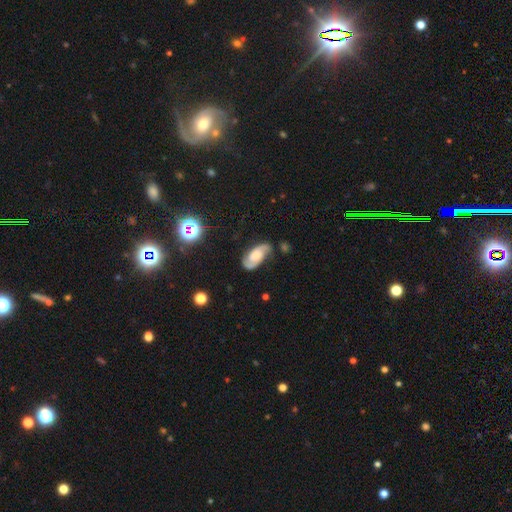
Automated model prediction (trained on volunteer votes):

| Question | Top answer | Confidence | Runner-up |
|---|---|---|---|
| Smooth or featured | featured or disk | 80% | smooth (13%) |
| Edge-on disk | no | 96% | yes (4%) |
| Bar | no | 58% | weak (33%) |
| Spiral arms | yes | 96% | no (4%) |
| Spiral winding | medium | 48% | tight (32%) |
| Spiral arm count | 2 | 90% | can't tell (5%) |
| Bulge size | moderate | 37% | small (26%) |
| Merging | none | 72% | minor disturbance (19%) |